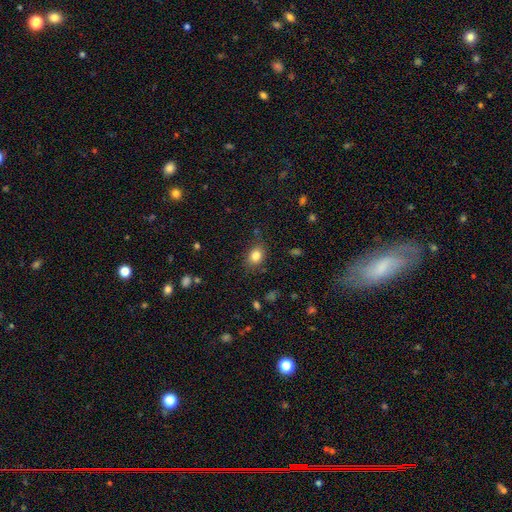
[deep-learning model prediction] smooth-or-featured: smooth: 82% | star or artifact: 10% | featured or disk: 7%
  how-rounded: in between: 61% | round: 38% | cigar-shaped: 1%
  merging: none: 78% | minor disturbance: 16% | major disturbance: 4% | merger: 2%